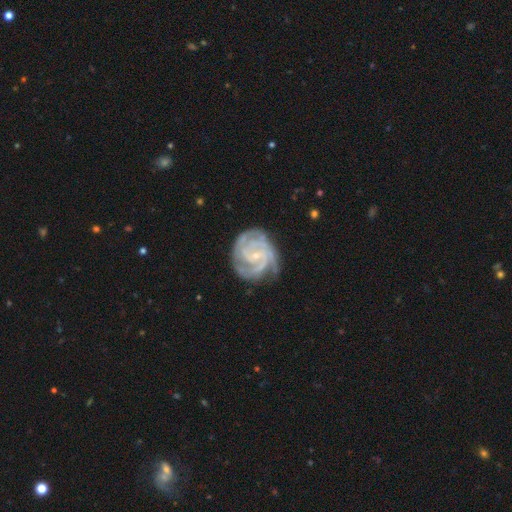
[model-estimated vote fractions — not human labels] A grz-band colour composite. It shows a featured or disk galaxy (91%) with no bar (56%), 3 (43%) tight (67%) spiral arms (98%) and a small central bulge (81%). Merging: none (71%).